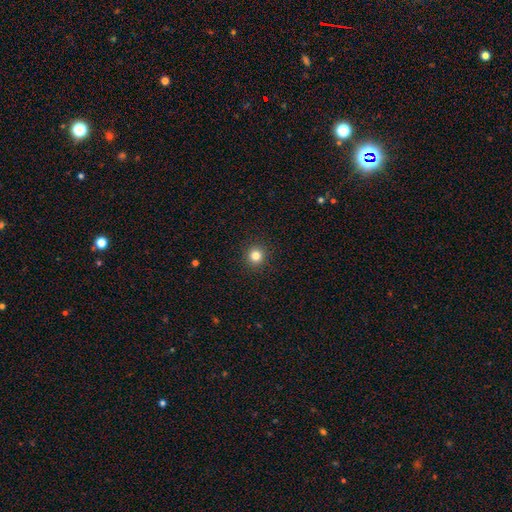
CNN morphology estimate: smooth-or-featured: smooth: 82% | star or artifact: 13% | featured or disk: 5%
  how-rounded: round: 94% | in between: 5% | cigar-shaped: 1%
  merging: none: 93% | minor disturbance: 5% | major disturbance: 2% | merger: 1%